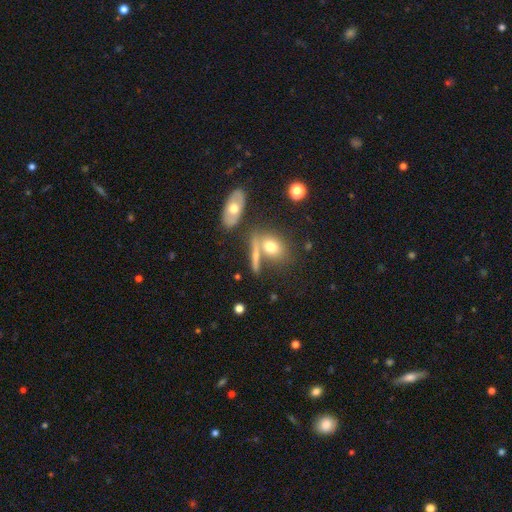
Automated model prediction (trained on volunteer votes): The model was most divided on "how rounded": in between: 46%, cigar-shaped: 30%, round: 25%. More confident: smooth or featured — smooth (58%); merging — none (56%).